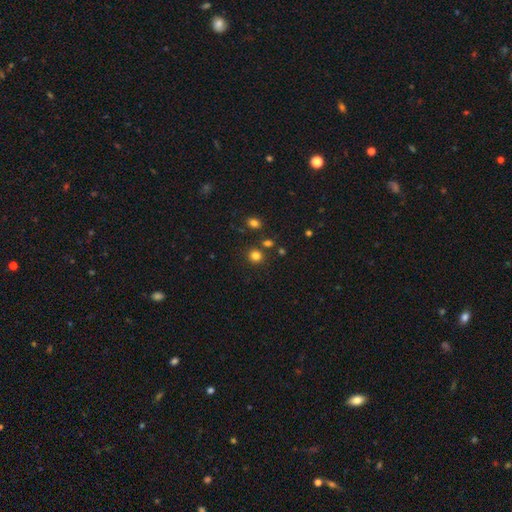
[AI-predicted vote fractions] Overall: smooth (80%). How rounded: round (88%). Merging: none (83%).